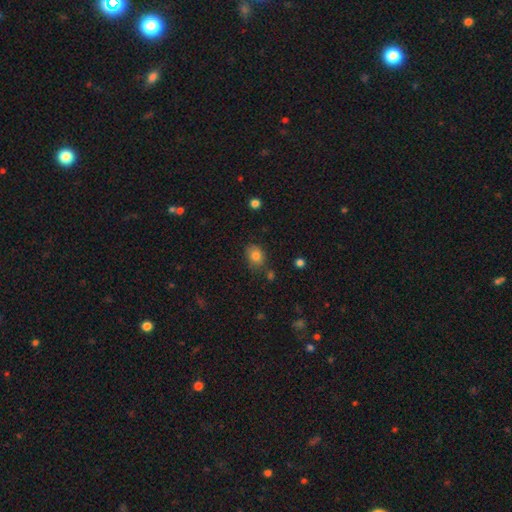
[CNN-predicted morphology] Smooth or featured? smooth (82%)
How rounded? in between (58%)
Merging? none (72%)